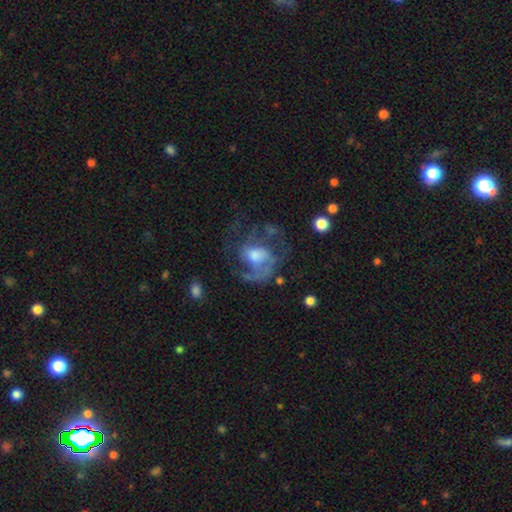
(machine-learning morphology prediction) Smooth or featured: featured or disk — 77% (smooth — 15%)
Edge-on disk: no — 97% (yes — 3%)
Bar: no — 60% (weak — 33%)
Spiral arms: yes — 84% (no — 16%)
Spiral winding: medium — 48% (tight — 26%)
Spiral arm count: 2 — 38% (can't tell — 24%)
Bulge size: moderate — 52% (small — 22%)
Merging: none — 49% (major disturbance — 31%)